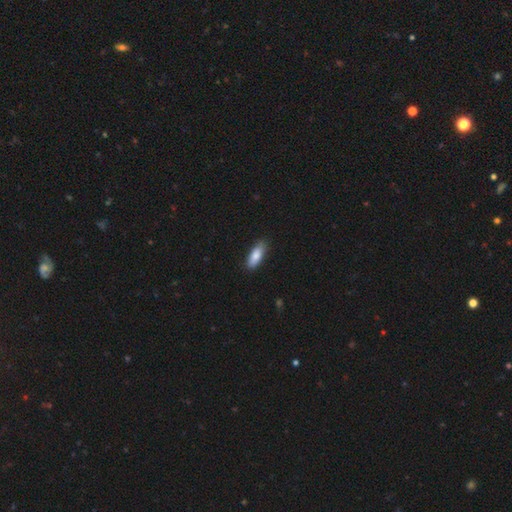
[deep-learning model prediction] The model was most divided on "how rounded": in between: 69%, cigar-shaped: 29%, round: 2%. More confident: smooth or featured — smooth (83%); merging — none (83%).